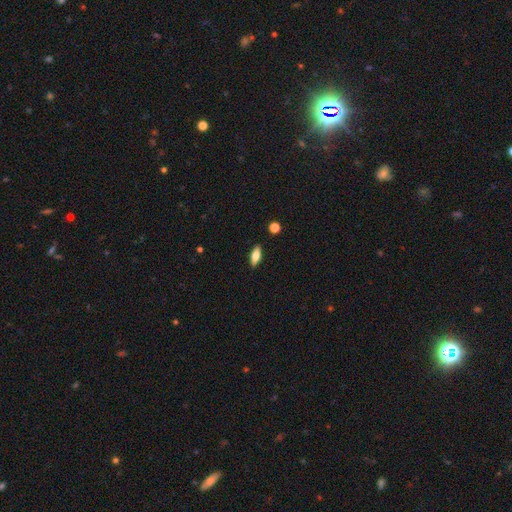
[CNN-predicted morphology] smooth-or-featured: smooth: 69% | featured or disk: 24% | star or artifact: 7%
  how-rounded: in between: 71% | cigar-shaped: 26% | round: 3%
  merging: none: 88% | minor disturbance: 9% | major disturbance: 2% | merger: 1%